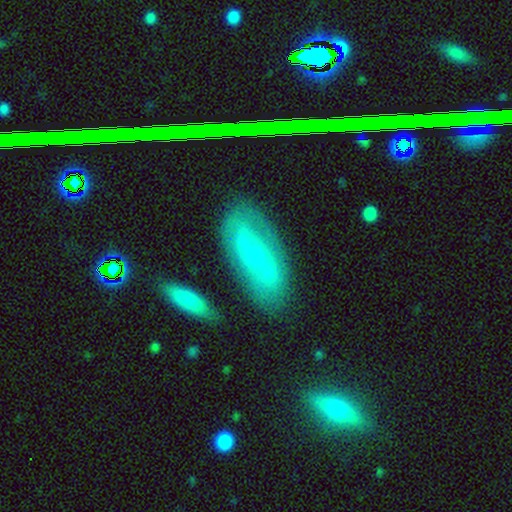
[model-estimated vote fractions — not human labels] Smooth or featured? Predicted: featured or disk (p=0.61). Edge-on disk? Predicted: no (p=0.82). Bar? Predicted: no (p=0.43). Spiral arms? Predicted: yes (p=0.60). Bulge size? Predicted: small (p=0.66). Merging? Predicted: none (p=0.77).